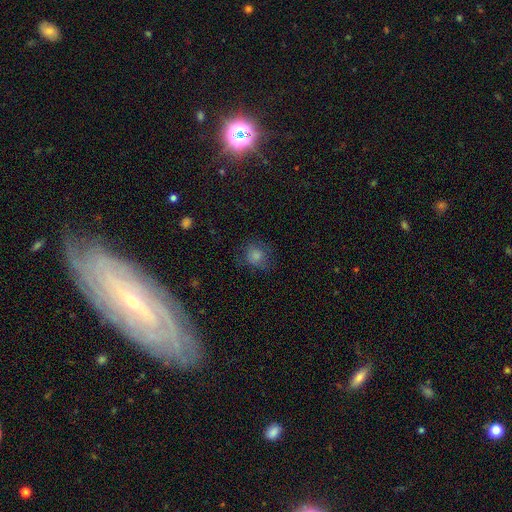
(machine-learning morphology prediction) Q: Smooth or featured?
A: smooth (77%); runner-up: star or artifact (12%)
Q: How rounded?
A: round (75%); runner-up: in between (24%)
Q: Merging?
A: none (67%); runner-up: minor disturbance (20%)